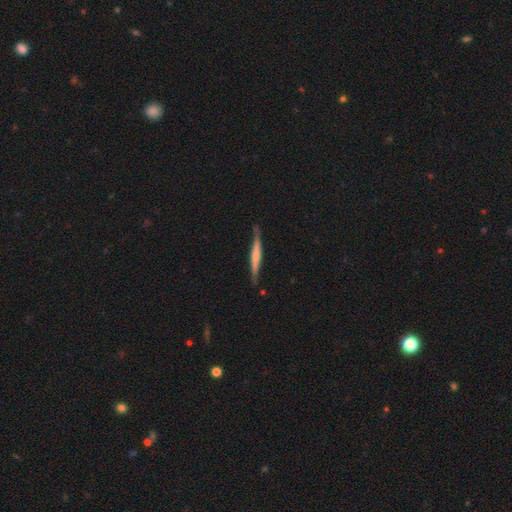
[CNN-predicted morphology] featured or disk 55%, smooth 40%, star or artifact 5%. Down the decision tree: edge-on disk — yes (96%); edge-on bulge — none (38%); merging — none (81%).